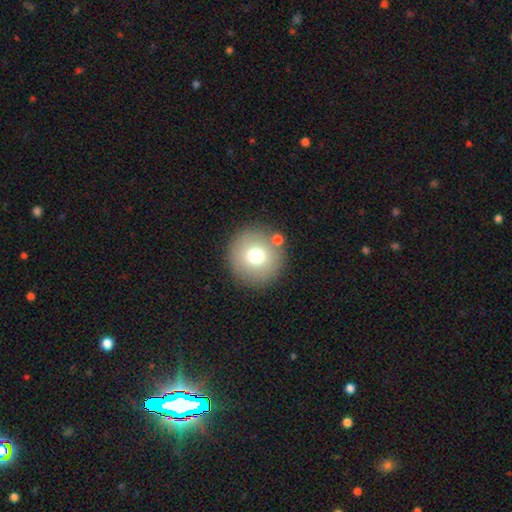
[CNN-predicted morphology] This is likely a smooth galaxy (74%). How rounded: clearly round (95%). Merging: clearly none (84%).